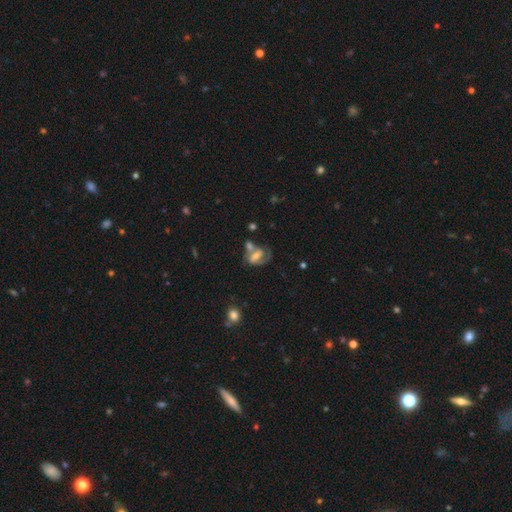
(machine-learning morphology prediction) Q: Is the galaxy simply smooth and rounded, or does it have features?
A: featured or disk — 61%.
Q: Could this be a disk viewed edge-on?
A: no — 95%.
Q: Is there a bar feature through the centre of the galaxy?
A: strong — 38%.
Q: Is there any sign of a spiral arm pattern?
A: yes — 75%.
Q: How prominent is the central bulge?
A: moderate — 38%.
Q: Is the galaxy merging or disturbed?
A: none — 32%, tied with merger.